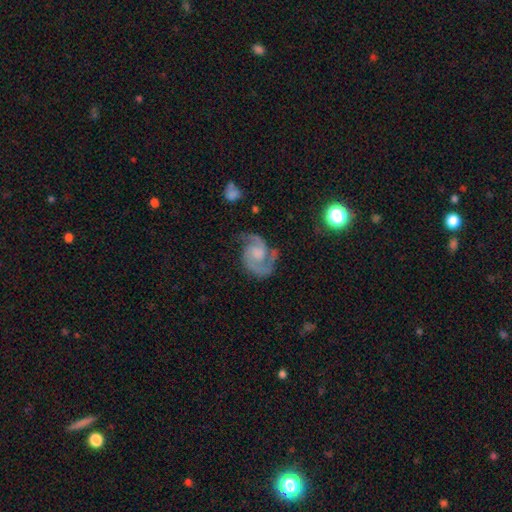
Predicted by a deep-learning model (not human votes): featured or disk 90%, star or artifact 5%, smooth 5%. Down the decision tree: edge-on disk — no (98%); bar — no (56%); spiral arms — yes (98%); spiral arm count — 2 (92%); spiral winding — medium (58%); bulge size — moderate (32%); merging — none (74%).